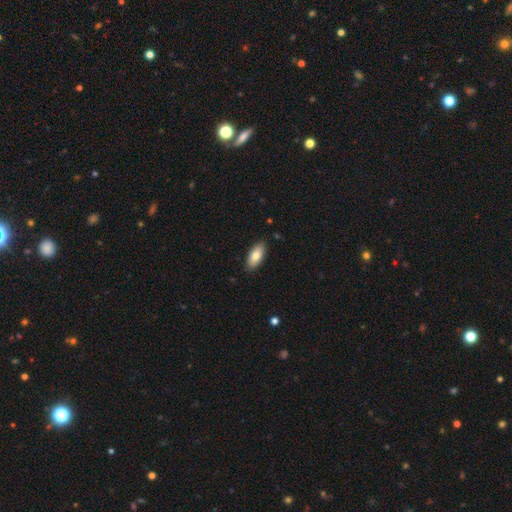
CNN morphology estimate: Smooth or featured?
  - smooth: 80% *
  - featured or disk: 14%
  - star or artifact: 6%
How rounded?
  - in between: 85% *
  - cigar-shaped: 13%
  - round: 2%
Merging?
  - none: 88% *
  - minor disturbance: 10%
  - major disturbance: 2%
  - merger: 1%